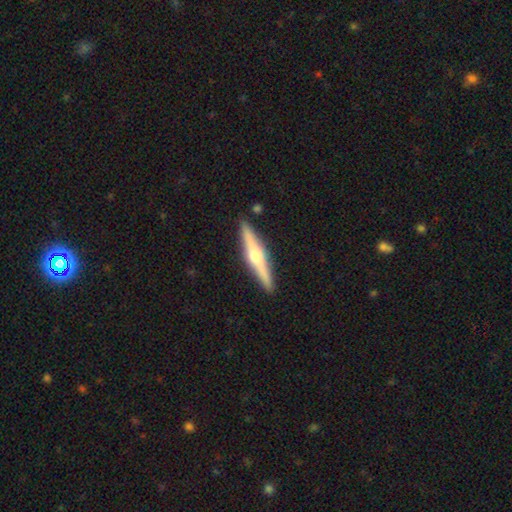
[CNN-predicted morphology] Overall: featured or disk (69%). Edge-on disk: yes (98%). Edge-on bulge: rounded (92%). Merging: none (91%).